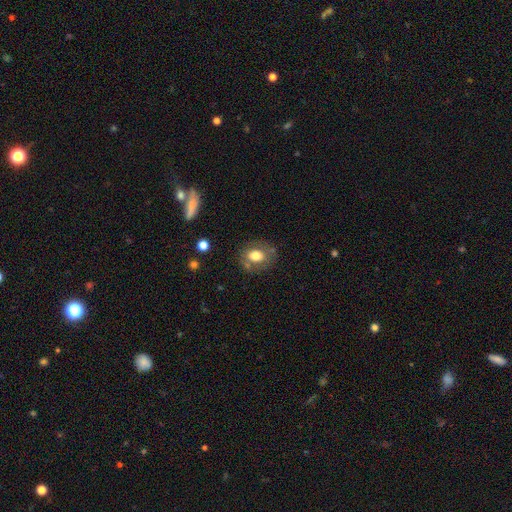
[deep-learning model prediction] The model was most divided on "how rounded": in between: 53%, round: 46%, cigar-shaped: 1%. More confident: smooth or featured — smooth (71%); merging — none (70%).